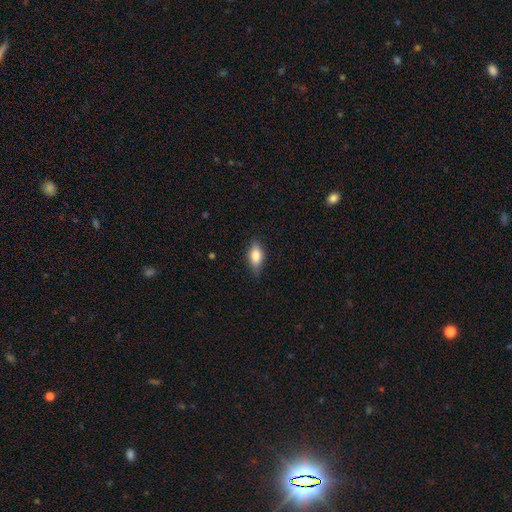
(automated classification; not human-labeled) smooth 77%, featured or disk 16%, star or artifact 8%. Down the decision tree: how rounded — in between (84%); merging — none (77%).